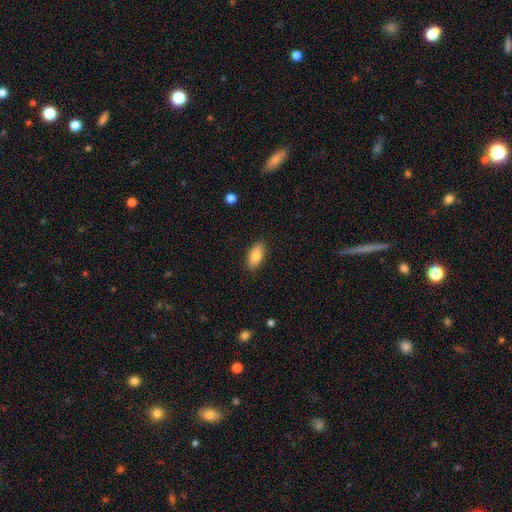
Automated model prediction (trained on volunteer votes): Smooth or featured?
  - smooth: 83% *
  - featured or disk: 10%
  - star or artifact: 7%
How rounded?
  - in between: 89% *
  - cigar-shaped: 8%
  - round: 3%
Merging?
  - none: 87% *
  - minor disturbance: 9%
  - major disturbance: 2%
  - merger: 1%